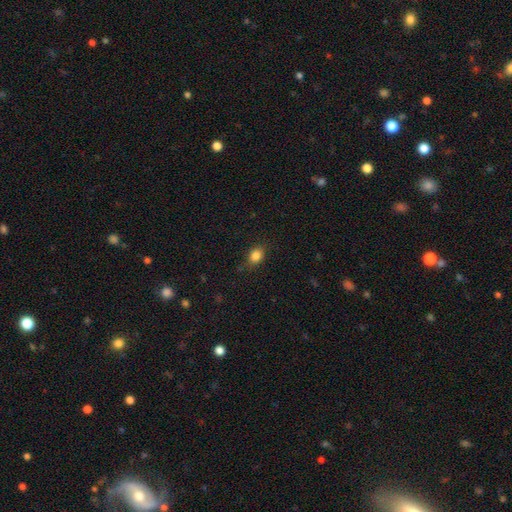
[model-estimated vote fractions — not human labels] A smooth galaxy with no disk features (84%) that is in between round and cigar-shaped (63%). Merging: none (81%).